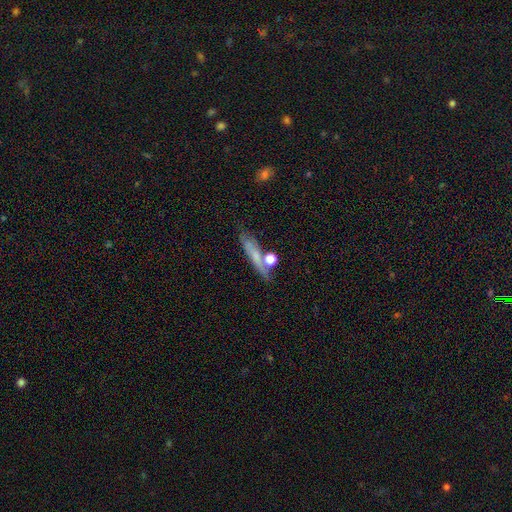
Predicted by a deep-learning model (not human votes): A smooth galaxy with no disk features (53%) that is cigar-shaped (70%). Merging: none (62%).